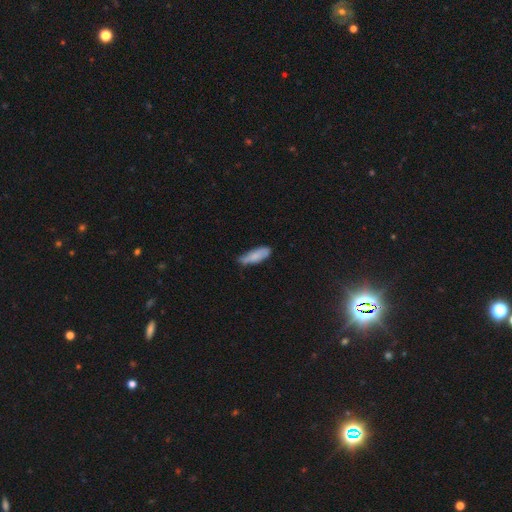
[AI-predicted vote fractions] This is likely a smooth galaxy (78%). How rounded: possibly in between (57%). Merging: possibly none (55%).